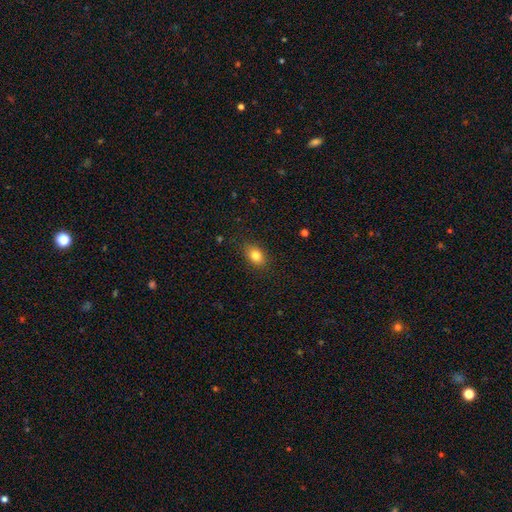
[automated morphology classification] The model was most divided on "how rounded": in between: 75%, round: 23%, cigar-shaped: 2%. More confident: merging — none (87%); smooth or featured — smooth (82%).